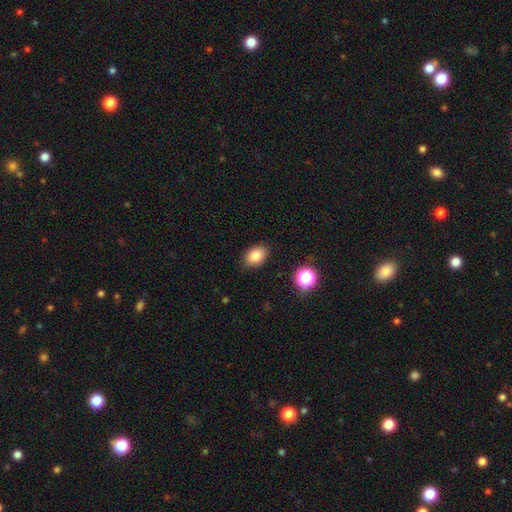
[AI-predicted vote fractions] This appears to be a smooth galaxy with no disk features (83%) that is in between round and cigar-shaped (80%). Merging: none (87%).